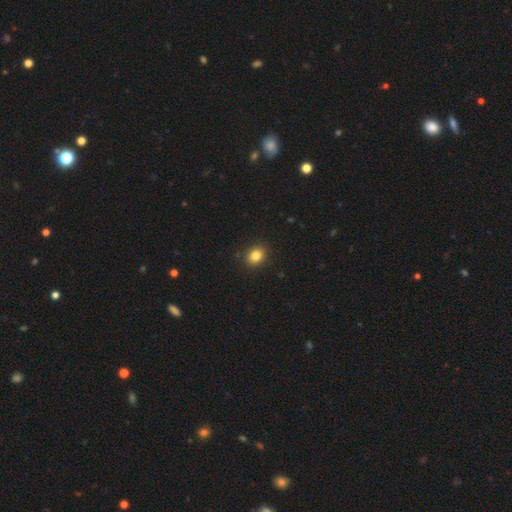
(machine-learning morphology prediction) type=smooth (83%); roundness=round (64%); merging=none (90%).